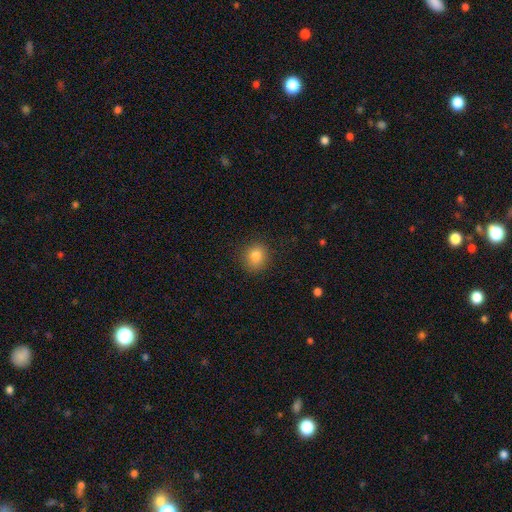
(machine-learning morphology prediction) A smooth galaxy with no disk features (82%) that is round (80%). Merging: none (88%).